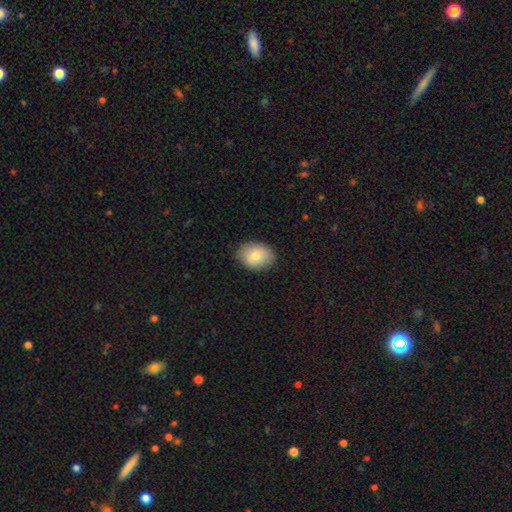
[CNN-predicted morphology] This appears to be a smooth galaxy with no disk features (82%) that is in between round and cigar-shaped (77%). Merging: none (84%).